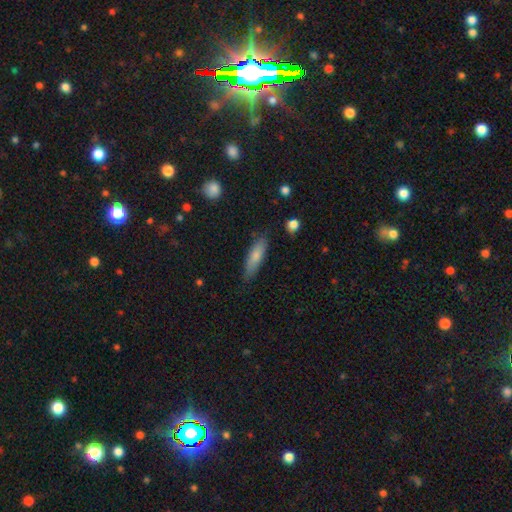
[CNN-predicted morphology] Smooth or featured: smooth — 78% (featured or disk — 16%)
How rounded: cigar-shaped — 59% (in between — 40%)
Merging: none — 80% (minor disturbance — 16%)